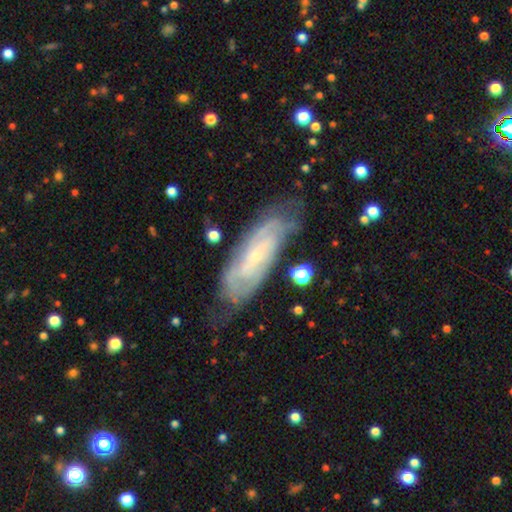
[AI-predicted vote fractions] Smooth or featured?
  - featured or disk: 79% *
  - smooth: 14%
  - star or artifact: 6%
Edge-on disk?
  - no: 87% *
  - yes: 13%
Bar?
  - no: 53% *
  - weak: 34%
  - strong: 13%
Spiral arms?
  - yes: 92% *
  - no: 8%
Spiral winding?
  - tight: 63% *
  - medium: 30%
  - loose: 8%
Spiral arm count?
  - can't tell: 45% *
  - 2: 30%
  - 3: 11%
  - 4: 7%
  - more than 4: 4%
  - 1: 4%
Bulge size?
  - small: 79% *
  - moderate: 15%
  - none: 4%
  - large: 1%
  - dominant: 1%
Merging?
  - none: 67% *
  - minor disturbance: 23%
  - major disturbance: 8%
  - merger: 2%